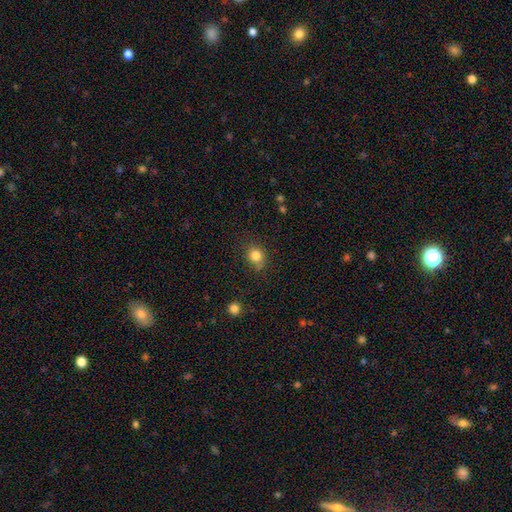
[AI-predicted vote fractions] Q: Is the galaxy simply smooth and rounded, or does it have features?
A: smooth — 82%.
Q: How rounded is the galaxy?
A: round — 75%.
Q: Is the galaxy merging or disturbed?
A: none — 72%.